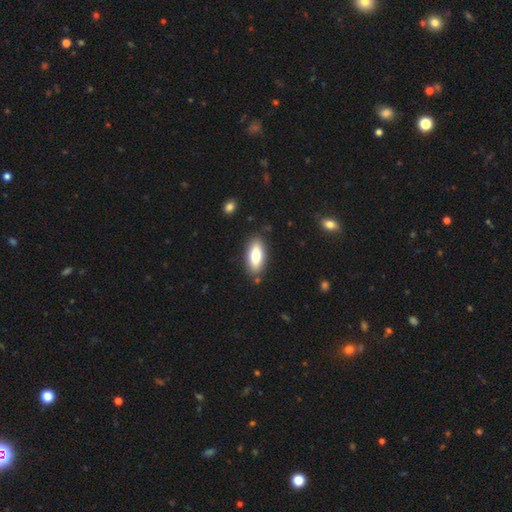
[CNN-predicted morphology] Smooth or featured: smooth — 76% (featured or disk — 17%)
How rounded: in between — 80% (cigar-shaped — 18%)
Merging: none — 85% (minor disturbance — 11%)